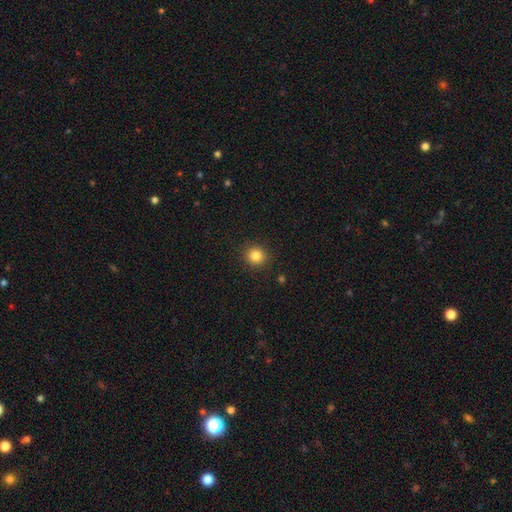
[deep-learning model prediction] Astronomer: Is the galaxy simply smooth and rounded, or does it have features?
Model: smooth — 84%.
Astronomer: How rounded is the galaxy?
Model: round — 89%.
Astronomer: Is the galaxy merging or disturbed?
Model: none — 91%.